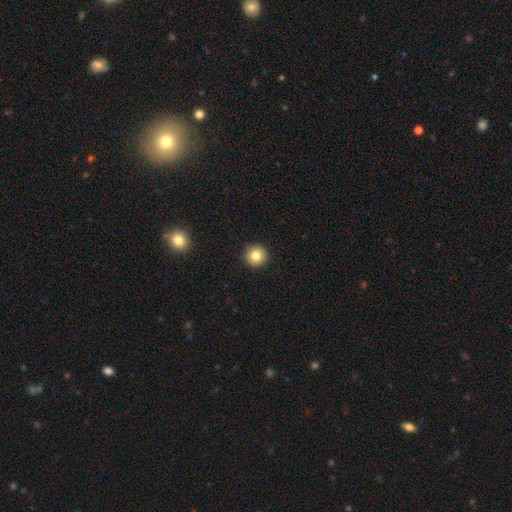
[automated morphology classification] A smooth galaxy with no disk features (81%) that is round (95%).

Vote fractions:
- Smooth or featured? smooth: 81% / star or artifact: 10% / featured or disk: 8%
- How rounded? round: 95% / in between: 4% / cigar-shaped: 1%
- Merging? none: 93% / minor disturbance: 5% / major disturbance: 2% / merger: 1%